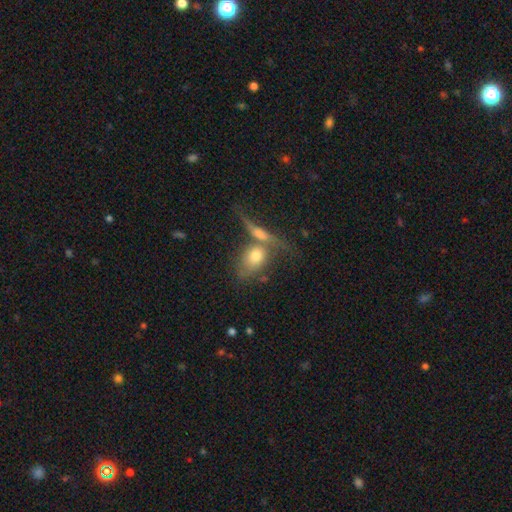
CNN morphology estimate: Q: Smooth or featured?
A: smooth (65%); runner-up: featured or disk (26%)
Q: How rounded?
A: in between (62%); runner-up: round (31%)
Q: Merging?
A: merger (50%); runner-up: none (29%)